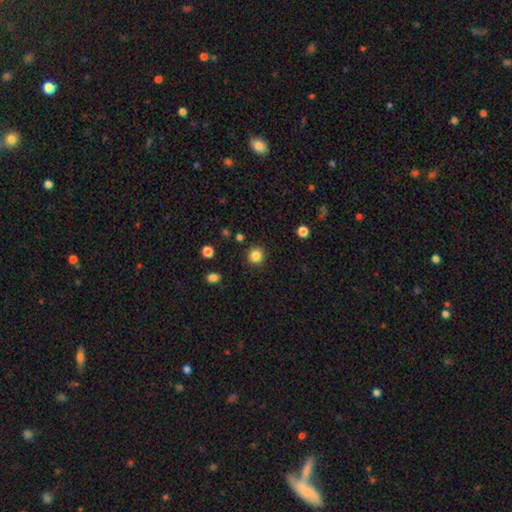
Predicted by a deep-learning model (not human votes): A smooth galaxy with no disk features (84%) that is round (94%).

Vote fractions:
- Smooth or featured? smooth: 84% / star or artifact: 12% / featured or disk: 4%
- How rounded? round: 94% / in between: 6% / cigar-shaped: 1%
- Merging? none: 91% / minor disturbance: 5% / major disturbance: 2% / merger: 1%